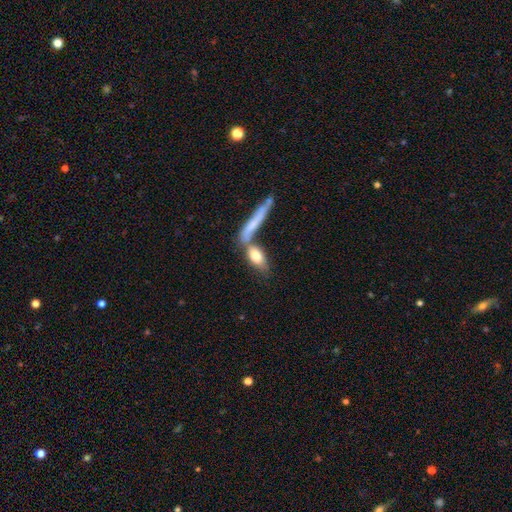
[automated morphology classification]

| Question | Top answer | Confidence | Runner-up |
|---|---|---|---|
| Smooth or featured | smooth | 75% | featured or disk (19%) |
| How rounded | in between | 65% | cigar-shaped (29%) |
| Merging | none | 42% | merger (39%) |